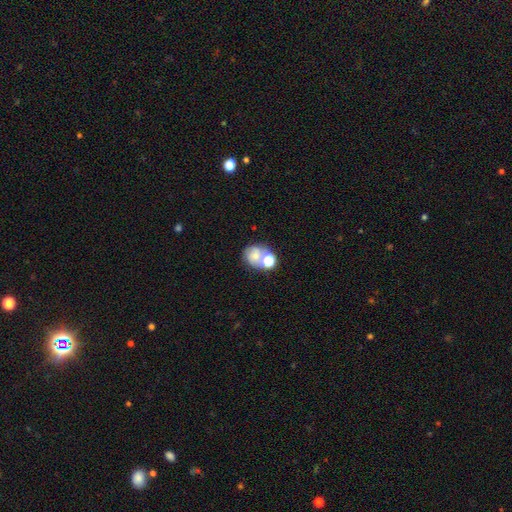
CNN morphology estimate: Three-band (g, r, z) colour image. It shows a smooth galaxy with no disk features (56%) that is round (64%). Merging: merger (46%).